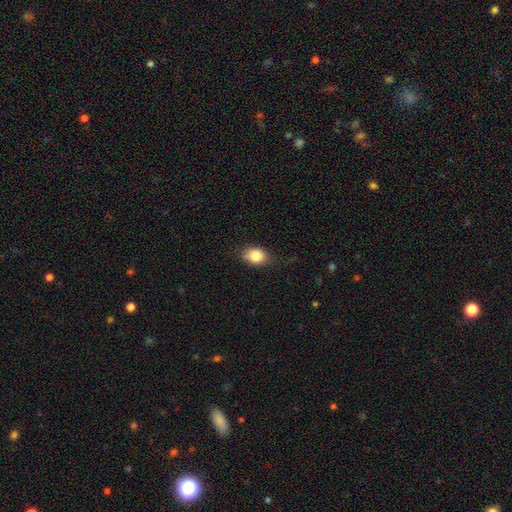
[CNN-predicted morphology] The model was most divided on "how rounded": in between: 64%, round: 35%, cigar-shaped: 1%. More confident: smooth or featured — smooth (84%); merging — none (76%).